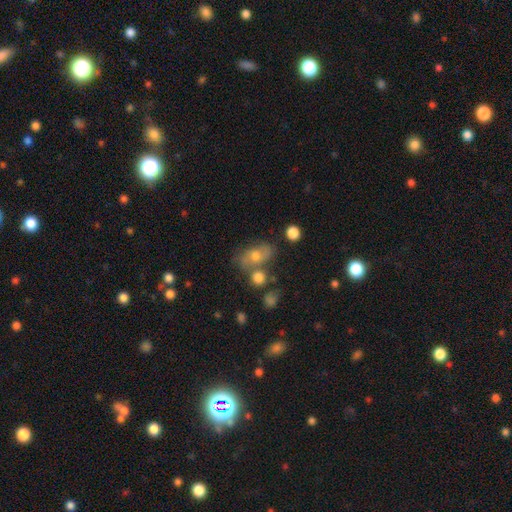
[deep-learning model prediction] This is possibly a smooth galaxy (57%). How rounded: likely in between (74%). Merging: possibly none (50%).